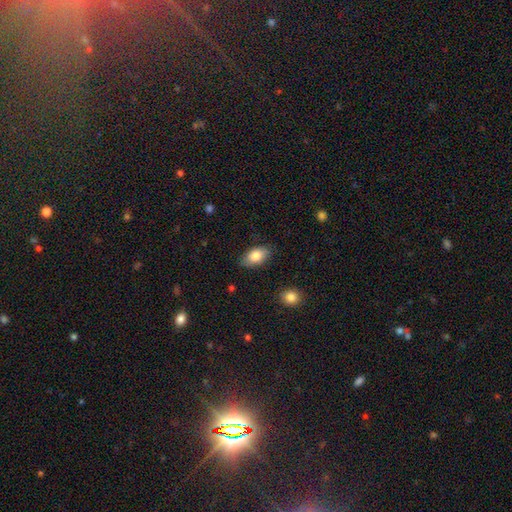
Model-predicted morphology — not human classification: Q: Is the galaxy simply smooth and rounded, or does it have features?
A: smooth — 83%.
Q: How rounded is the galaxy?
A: in between — 92%.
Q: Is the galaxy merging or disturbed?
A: none — 84%.